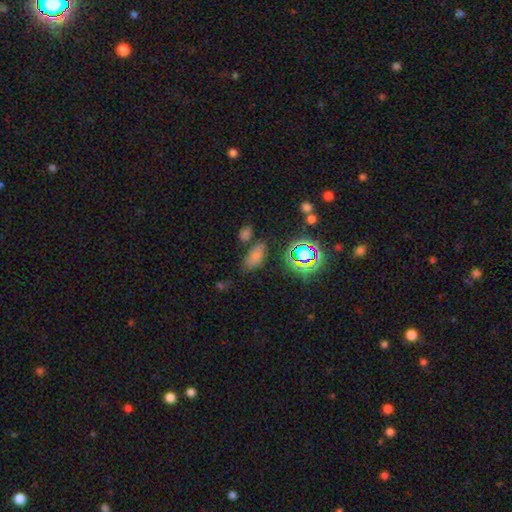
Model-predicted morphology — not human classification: Smooth or featured?
  - smooth: 63% *
  - star or artifact: 27%
  - featured or disk: 9%
How rounded?
  - in between: 86% *
  - round: 8%
  - cigar-shaped: 6%
Merging?
  - none: 68% *
  - minor disturbance: 16%
  - merger: 11%
  - major disturbance: 5%